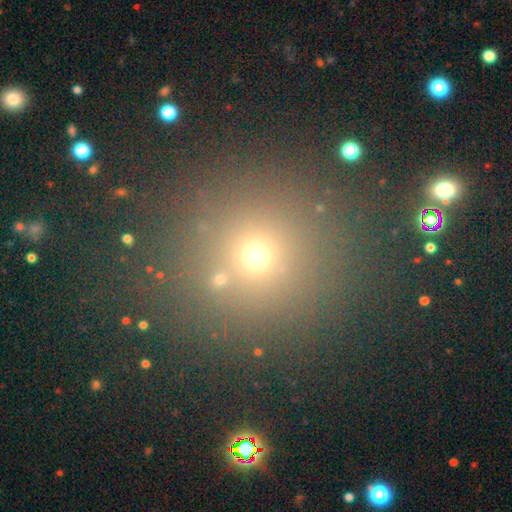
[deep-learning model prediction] A smooth galaxy with no disk features (59%) that is round (93%). Merging: none (83%).